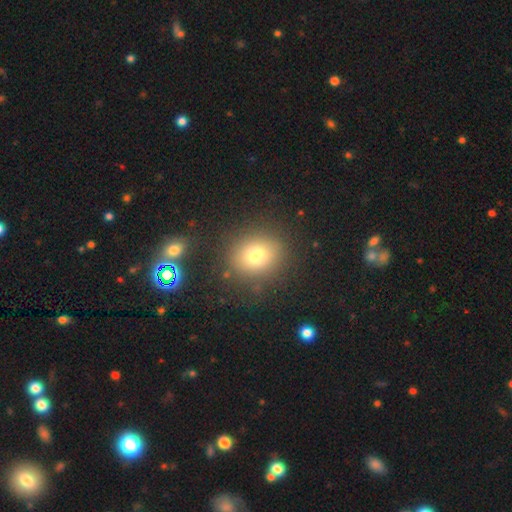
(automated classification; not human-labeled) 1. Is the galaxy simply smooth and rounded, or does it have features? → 74% smooth, 16% star or artifact, 11% featured or disk.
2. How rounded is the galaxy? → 79% round, 20% in between, 1% cigar-shaped.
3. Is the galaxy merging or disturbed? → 85% none, 8% minor disturbance, 4% major disturbance, 3% merger.